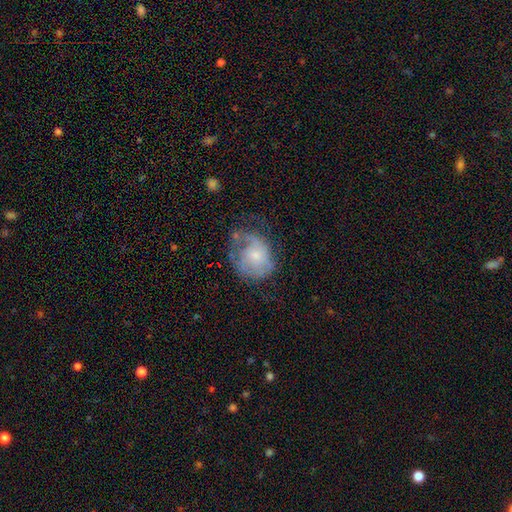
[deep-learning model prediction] featured or disk 56%, smooth 37%, star or artifact 8%. Down the decision tree: edge-on disk — no (98%); bar — no (78%); spiral arms — yes (71%); bulge size — small (57%); merging — none (39%).